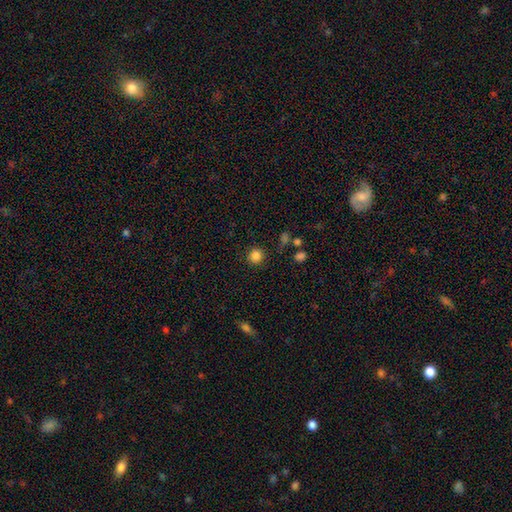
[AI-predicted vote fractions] Smooth or featured: smooth — 84% (star or artifact — 12%)
How rounded: round — 89% (in between — 10%)
Merging: none — 85% (minor disturbance — 9%)